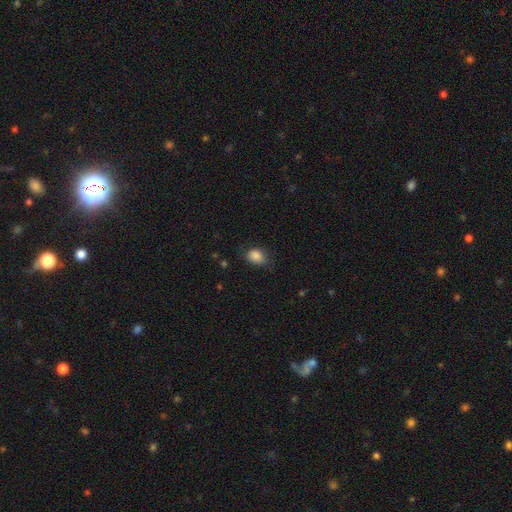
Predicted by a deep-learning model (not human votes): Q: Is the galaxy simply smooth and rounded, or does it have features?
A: smooth — 86%.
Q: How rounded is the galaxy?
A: in between — 64%.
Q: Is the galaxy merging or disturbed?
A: none — 69%.